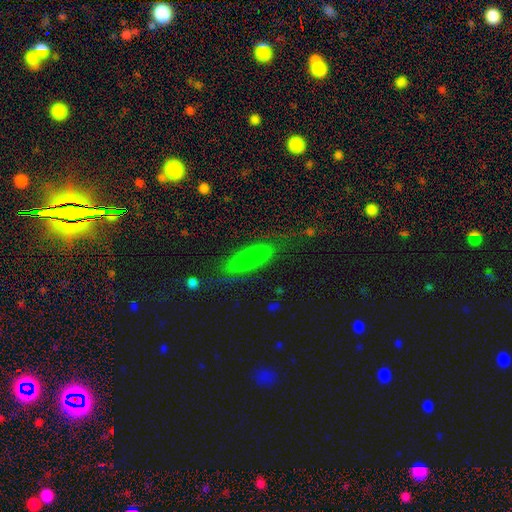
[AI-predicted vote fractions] Morphology: type=smooth (72%); roundness=cigar-shaped (64%); merging=none (71%).